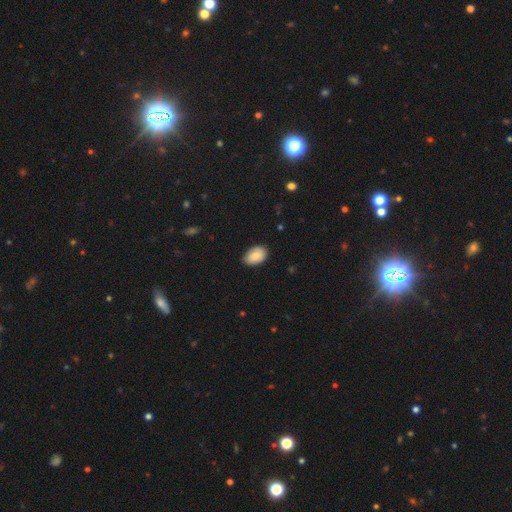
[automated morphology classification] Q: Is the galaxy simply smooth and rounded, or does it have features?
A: smooth — 80%.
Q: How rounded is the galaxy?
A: in between — 88%.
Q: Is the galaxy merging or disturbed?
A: none — 78%.